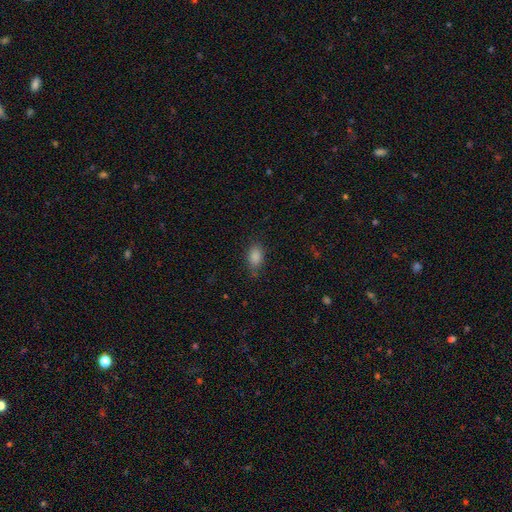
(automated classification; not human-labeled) Smooth or featured? smooth (83%)
How rounded? in between (80%)
Merging? none (79%)